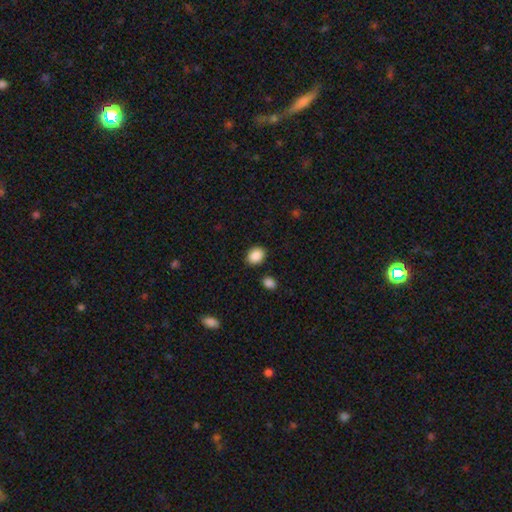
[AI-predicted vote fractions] Smooth or featured?
  - smooth: 89% *
  - star or artifact: 8%
  - featured or disk: 3%
How rounded?
  - in between: 52% *
  - round: 47%
  - cigar-shaped: 1%
Merging?
  - none: 84% *
  - minor disturbance: 9%
  - merger: 4%
  - major disturbance: 3%